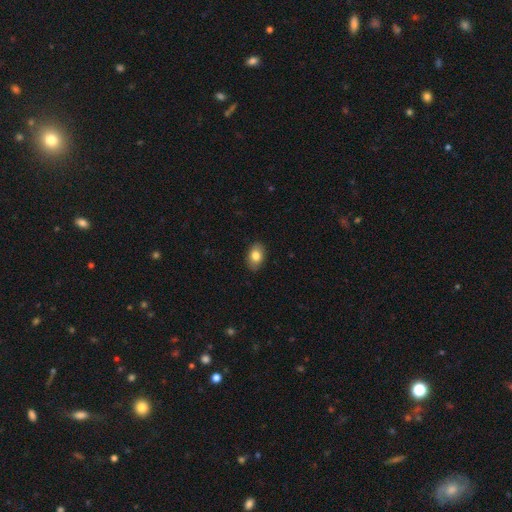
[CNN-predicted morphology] Smooth or featured? smooth (82%)
How rounded? in between (85%)
Merging? none (88%)